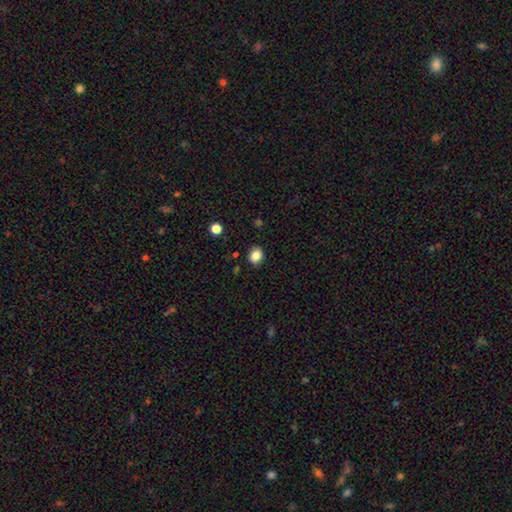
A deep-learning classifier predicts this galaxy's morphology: smooth_or_featured: smooth (p=0.85) [alt: star or artifact p=0.10]
how_rounded: round (p=0.58) [alt: in between p=0.41]
merging: none (p=0.87) [alt: minor disturbance p=0.09]